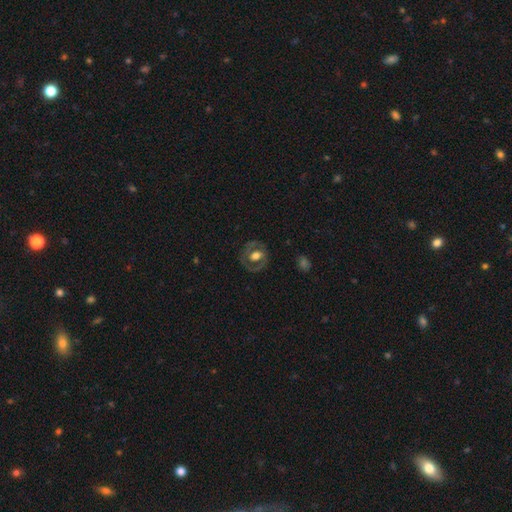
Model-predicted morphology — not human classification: A featured or disk galaxy (61%) with no bar (59%), no spiral arms (60%) and a moderate central bulge (49%). Merging: none (77%).